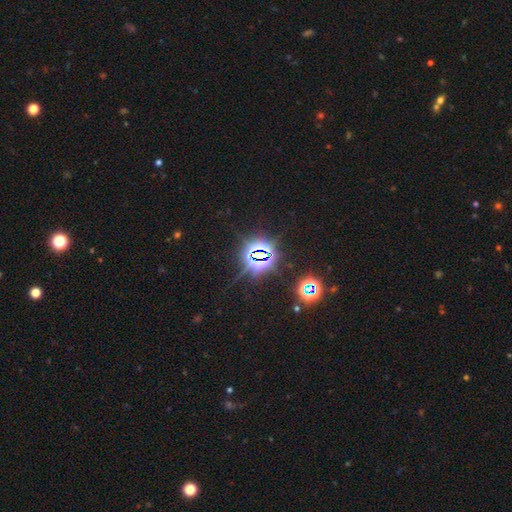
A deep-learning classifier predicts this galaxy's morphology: This is clearly a star or artifact rather than a galaxy (82%).